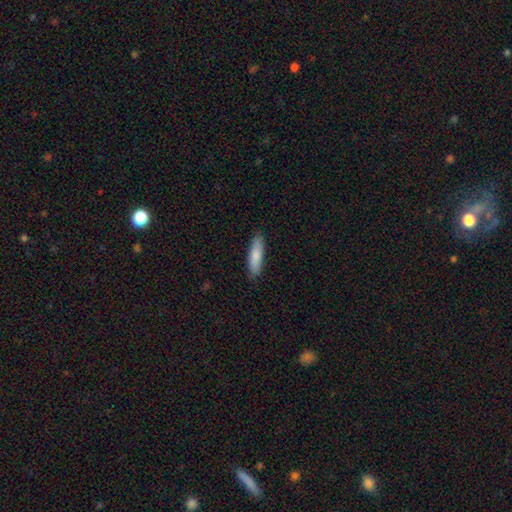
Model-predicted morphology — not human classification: smooth_or_featured: smooth (p=0.83) [alt: featured or disk p=0.12]
how_rounded: cigar-shaped (p=0.67) [alt: in between p=0.32]
merging: none (p=0.88) [alt: minor disturbance p=0.09]